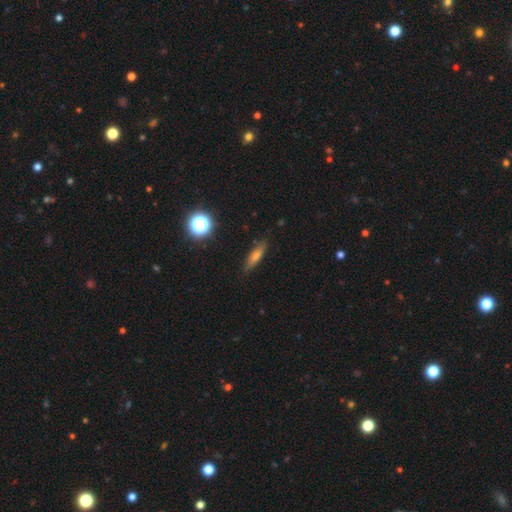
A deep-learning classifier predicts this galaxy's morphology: smooth_or_featured: smooth (p=0.56) [alt: featured or disk p=0.32]
how_rounded: cigar-shaped (p=0.73) [alt: in between p=0.22]
merging: none (p=0.85) [alt: minor disturbance p=0.11]